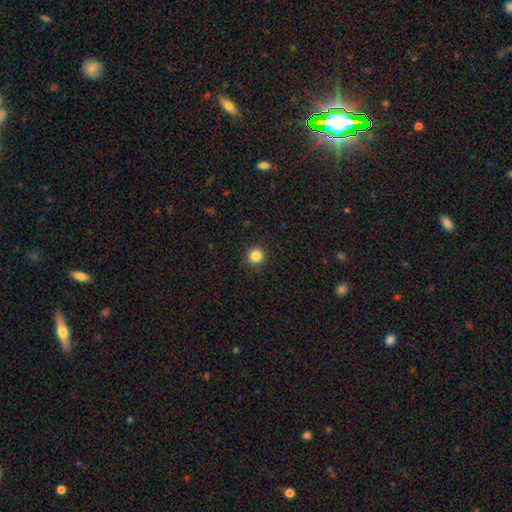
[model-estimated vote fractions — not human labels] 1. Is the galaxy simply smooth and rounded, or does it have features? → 84% smooth, 12% star or artifact, 4% featured or disk.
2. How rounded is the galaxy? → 95% round, 4% in between, 1% cigar-shaped.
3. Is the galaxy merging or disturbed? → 92% none, 6% minor disturbance, 2% major disturbance, 1% merger.